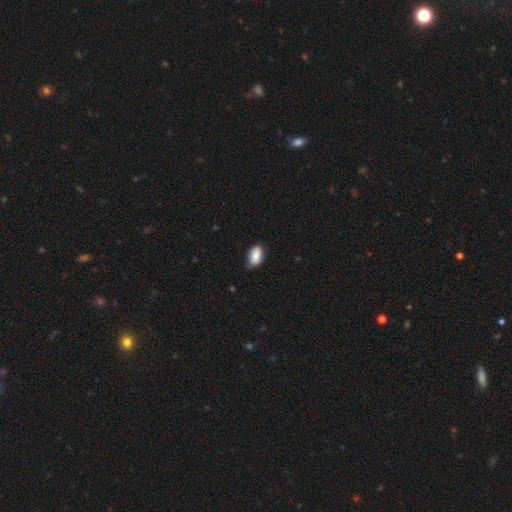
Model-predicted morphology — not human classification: Smooth or featured: smooth — 85% (featured or disk — 8%)
How rounded: in between — 92% (round — 6%)
Merging: none — 82% (minor disturbance — 15%)